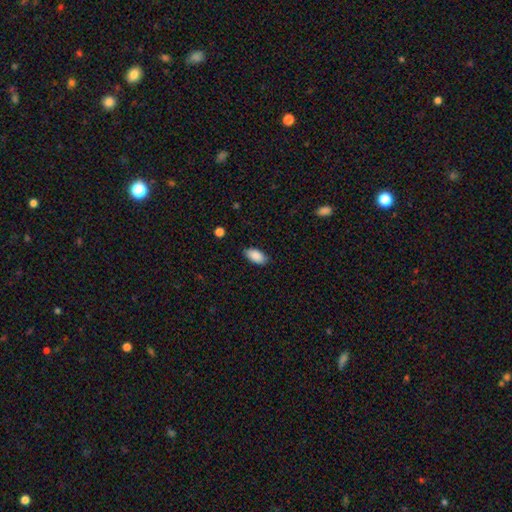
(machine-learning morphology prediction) This appears to be a smooth galaxy with no disk features (89%) that is in between round and cigar-shaped (93%). Merging: none (85%).